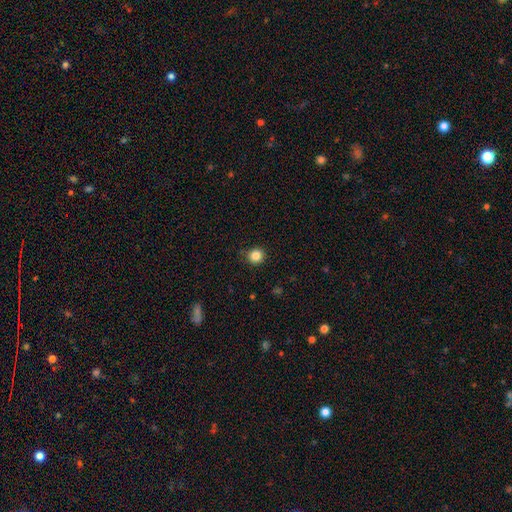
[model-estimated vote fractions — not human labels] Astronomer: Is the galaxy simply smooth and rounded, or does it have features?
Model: smooth — 85%.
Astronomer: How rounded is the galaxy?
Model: round — 91%.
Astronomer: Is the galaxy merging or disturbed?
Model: none — 89%.